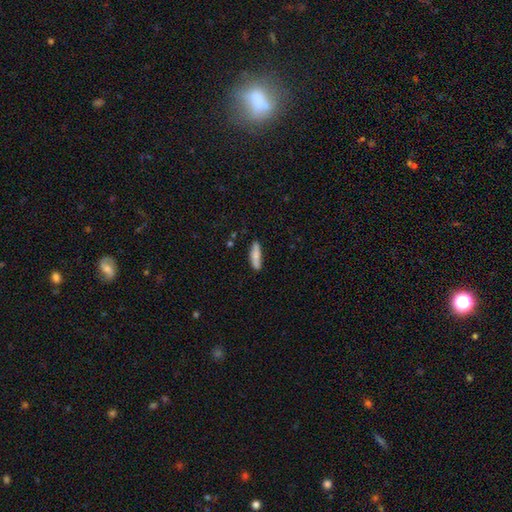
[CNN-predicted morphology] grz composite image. It shows a smooth galaxy with no disk features (80%) that is cigar-shaped (63%). Merging: none (83%).